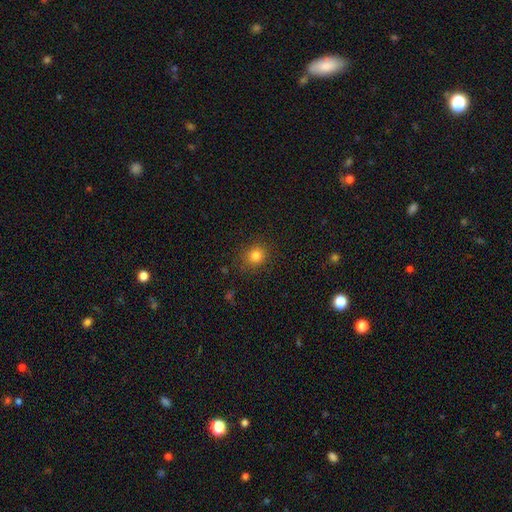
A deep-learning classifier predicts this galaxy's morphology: This is clearly a smooth galaxy (81%). How rounded: clearly round (83%). Merging: clearly none (86%).